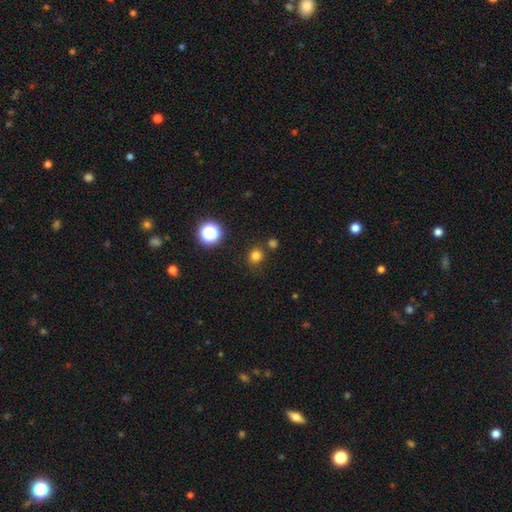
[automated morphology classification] The model was most divided on "smooth or featured": smooth: 77%, star or artifact: 18%, featured or disk: 5%. More confident: how rounded — round (85%); merging — none (81%).